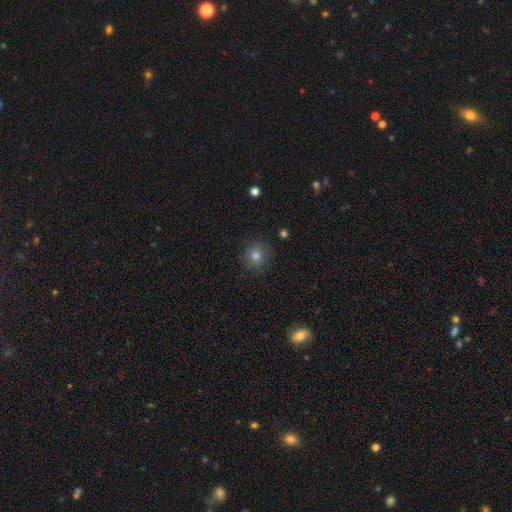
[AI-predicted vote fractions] This is likely a smooth galaxy (77%). How rounded: clearly round (91%). Merging: clearly none (88%).